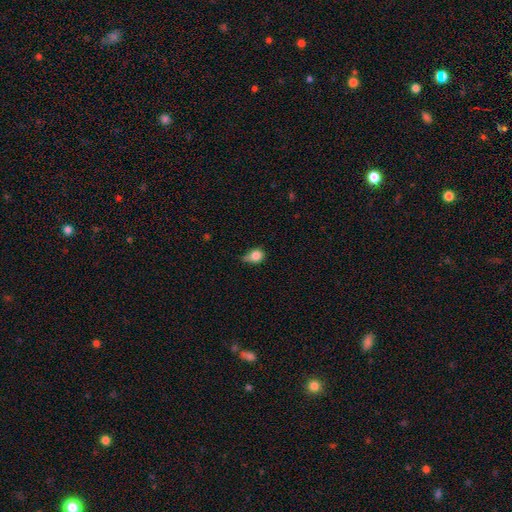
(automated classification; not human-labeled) A smooth galaxy with no disk features (81%) that is round (62%). Merging: minor disturbance (47%).